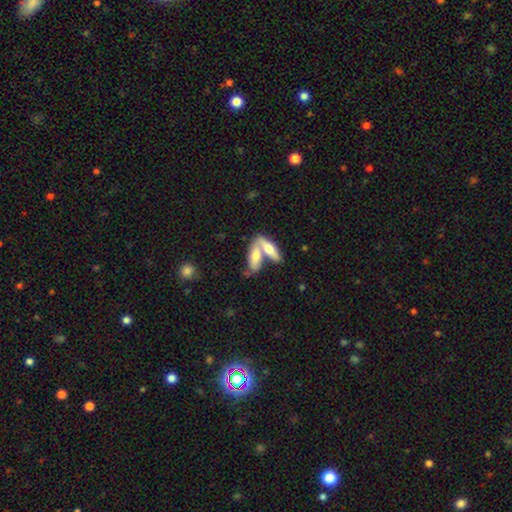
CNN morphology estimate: Smooth or featured: smooth — 59% (featured or disk — 35%)
How rounded: in between — 64% (cigar-shaped — 33%)
Merging: merger — 60% (none — 30%)